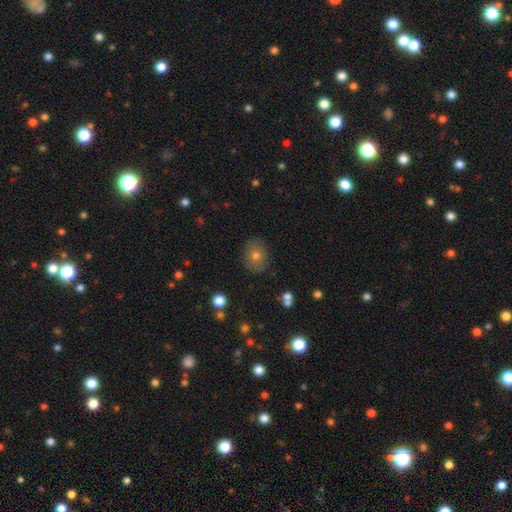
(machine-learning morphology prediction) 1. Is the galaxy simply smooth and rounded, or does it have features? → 73% smooth, 16% featured or disk, 11% star or artifact.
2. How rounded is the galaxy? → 54% round, 45% in between, 1% cigar-shaped.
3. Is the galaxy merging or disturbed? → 86% none, 10% minor disturbance, 3% major disturbance, 2% merger.